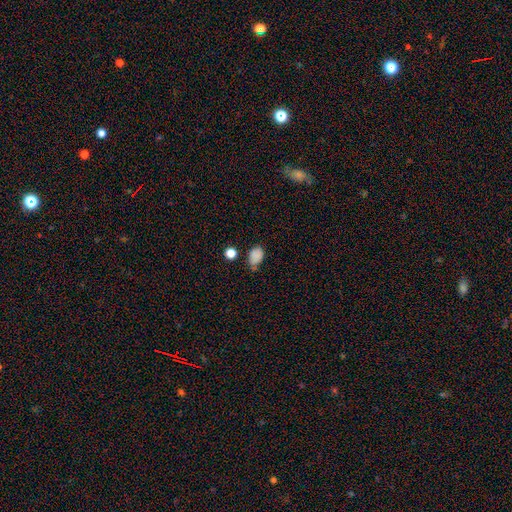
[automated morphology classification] type=smooth (83%); roundness=in between (78%); merging=none (58%).